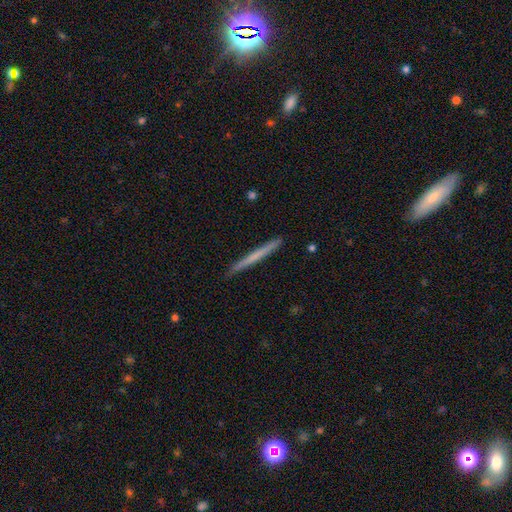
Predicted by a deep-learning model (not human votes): smooth 55%, featured or disk 40%, star or artifact 5%. Down the decision tree: how rounded — cigar-shaped (97%); merging — none (92%).